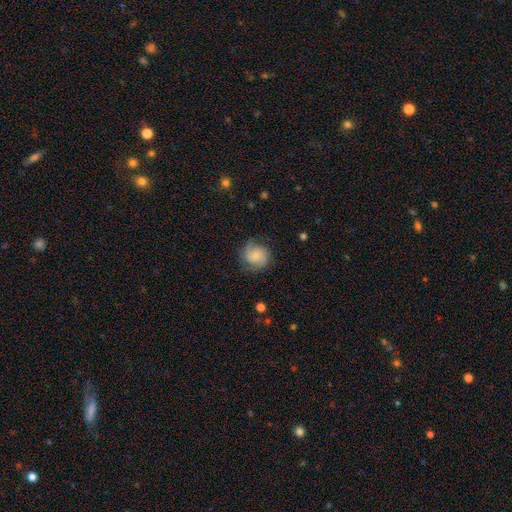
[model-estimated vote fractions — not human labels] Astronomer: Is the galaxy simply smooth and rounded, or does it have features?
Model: featured or disk — 50% (runner-up: smooth, 42%).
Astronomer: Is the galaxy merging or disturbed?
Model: none — 69%.